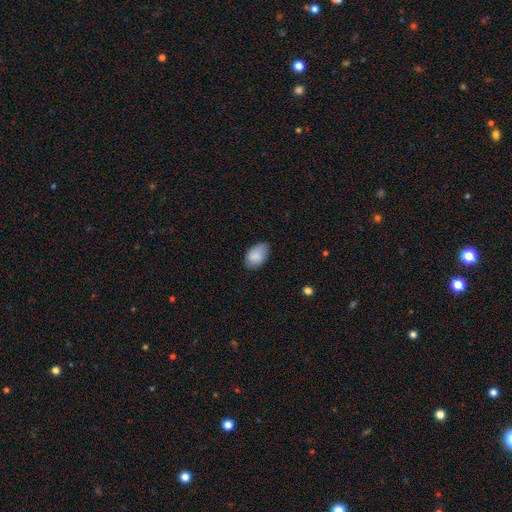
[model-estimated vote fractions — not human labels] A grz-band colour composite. It shows a smooth galaxy with no disk features (87%) that is in between round and cigar-shaped (92%). Merging: none (75%).